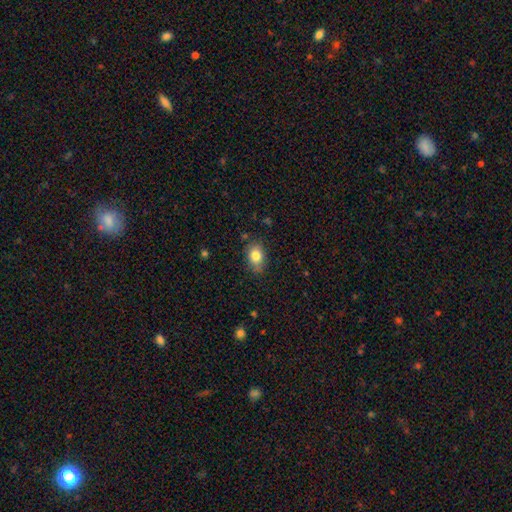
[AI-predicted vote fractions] A smooth galaxy with no disk features (82%) that is in between round and cigar-shaped (72%).

Vote fractions:
- Smooth or featured? smooth: 82% / star or artifact: 9% / featured or disk: 9%
- How rounded? in between: 72% / round: 27% / cigar-shaped: 1%
- Merging? none: 78% / minor disturbance: 17% / major disturbance: 3% / merger: 2%